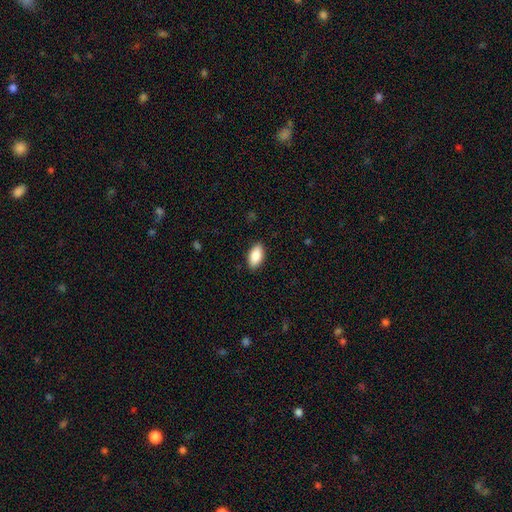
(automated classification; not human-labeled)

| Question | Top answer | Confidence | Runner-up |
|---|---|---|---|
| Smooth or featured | smooth | 87% | star or artifact (6%) |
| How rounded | in between | 93% | cigar-shaped (4%) |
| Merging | none | 88% | minor disturbance (9%) |